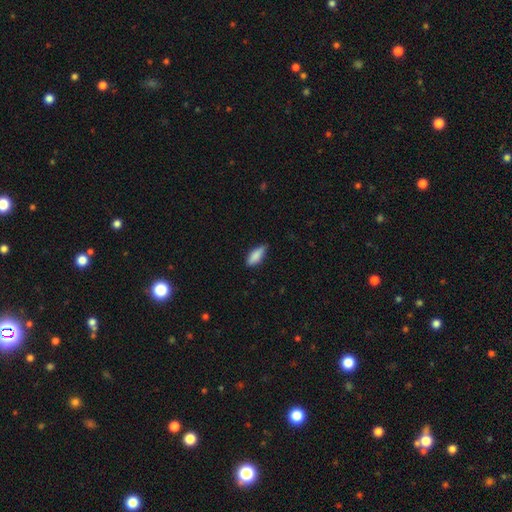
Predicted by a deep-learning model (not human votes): Overall: smooth (85%). How rounded: in between (71%). Merging: none (67%; minor disturbance 28%).